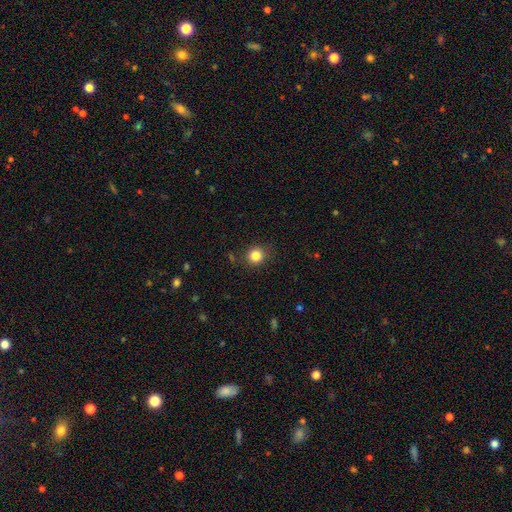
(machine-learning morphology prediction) A smooth galaxy with no disk features (83%) that is round (88%). Merging: none (86%).